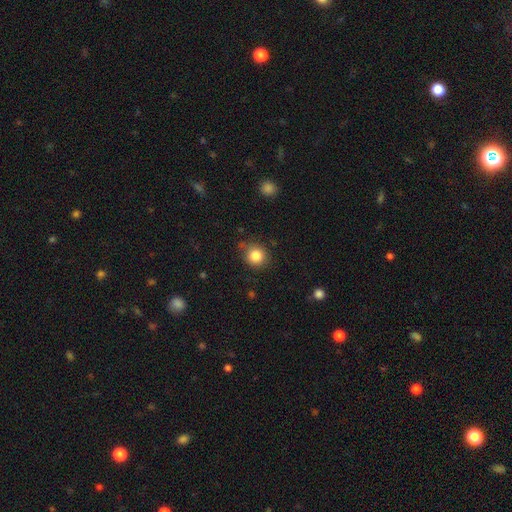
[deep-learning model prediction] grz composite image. It shows a smooth galaxy with no disk features (84%) that is round (85%). Merging: none (78%).